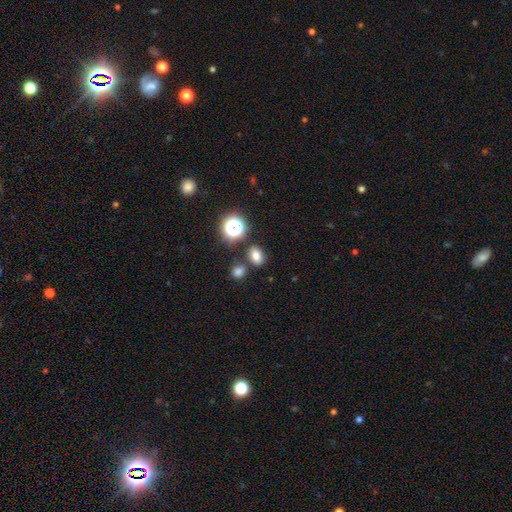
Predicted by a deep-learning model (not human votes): smooth_or_featured: smooth (p=0.75) [alt: star or artifact p=0.18]
how_rounded: in between (p=0.69) [alt: round p=0.30]
merging: none (p=0.75) [alt: minor disturbance p=0.11]